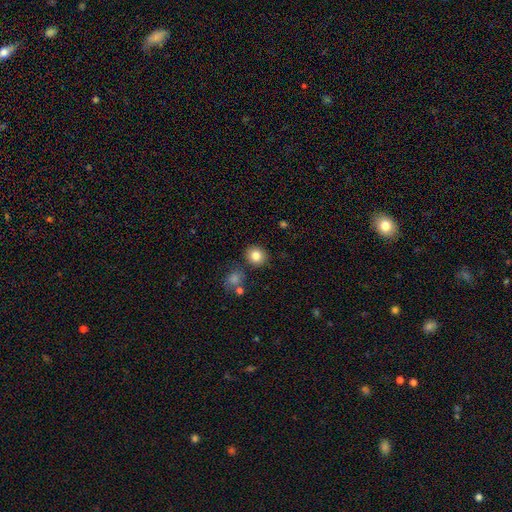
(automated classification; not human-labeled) A smooth galaxy with no disk features (83%) that is round (87%). Merging: none (85%).